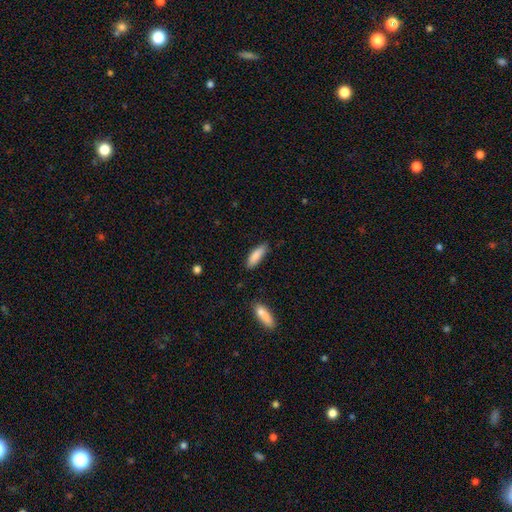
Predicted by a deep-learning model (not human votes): Q: Smooth or featured?
A: smooth (86%); runner-up: featured or disk (8%)
Q: How rounded?
A: in between (55%); runner-up: cigar-shaped (44%)
Q: Merging?
A: none (78%); runner-up: minor disturbance (17%)